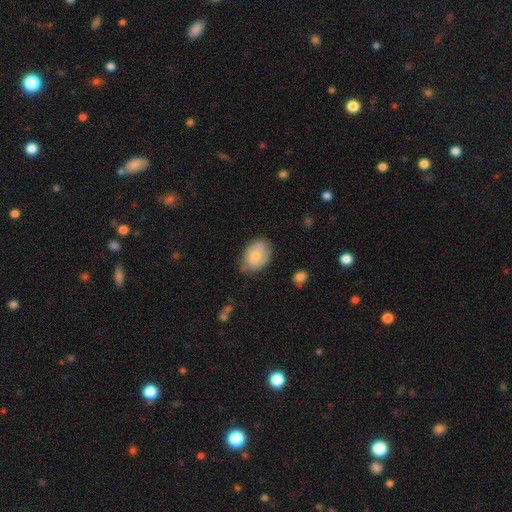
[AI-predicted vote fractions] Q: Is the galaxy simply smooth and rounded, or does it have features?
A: smooth — 67%.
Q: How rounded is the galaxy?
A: in between — 74%.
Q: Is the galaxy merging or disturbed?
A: none — 65%.